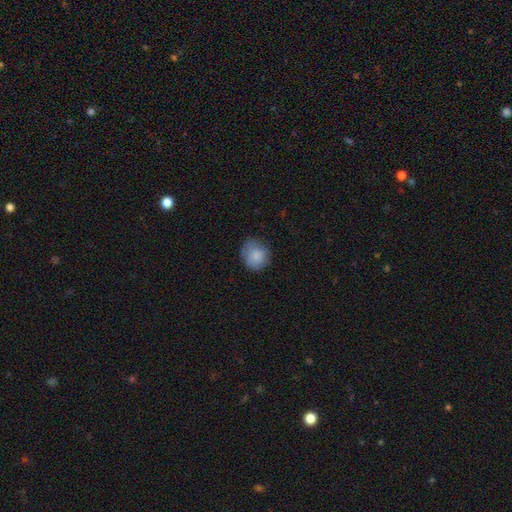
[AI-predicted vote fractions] This appears to be a smooth galaxy with no disk features (84%) that is round (75%). Merging: none (69%).